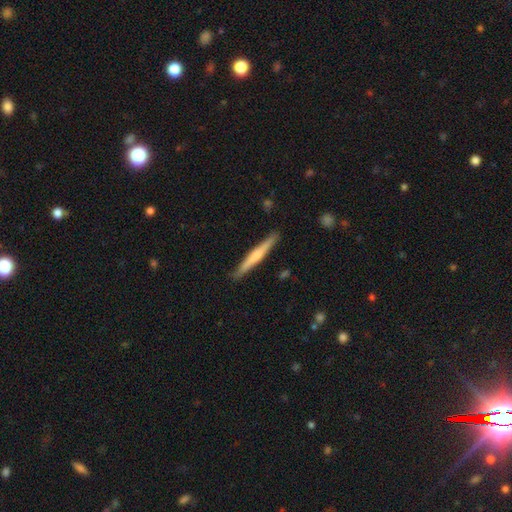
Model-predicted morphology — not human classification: Q: Smooth or featured?
A: featured or disk (49%); runner-up: smooth (46%)
Q: Merging?
A: none (89%); runner-up: minor disturbance (8%)